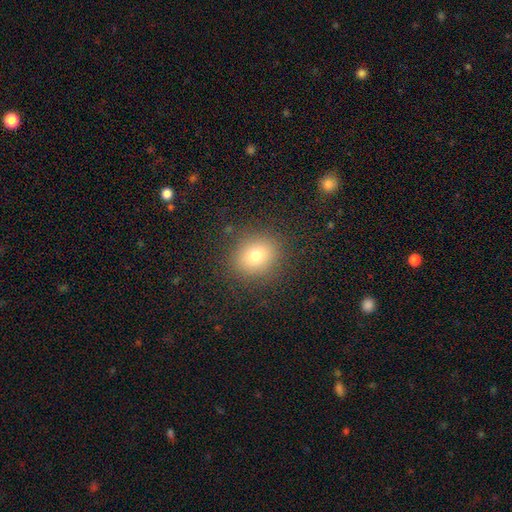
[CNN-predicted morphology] This is likely a smooth galaxy (75%). How rounded: likely round (76%). Merging: clearly none (87%).